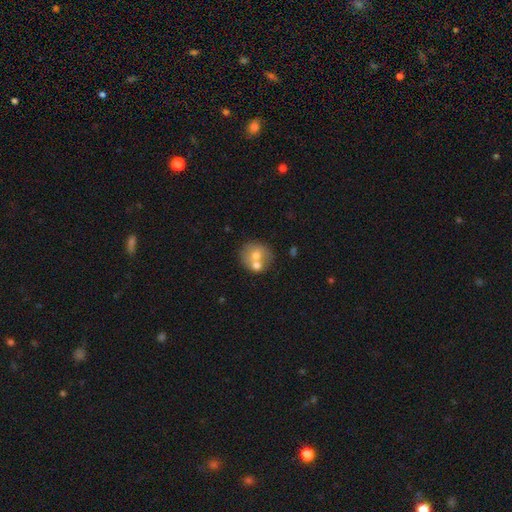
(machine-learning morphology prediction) smooth_or_featured: smooth (p=0.65) [alt: featured or disk p=0.26]
how_rounded: round (p=0.80) [alt: in between p=0.19]
merging: none (p=0.48) [alt: merger p=0.38]